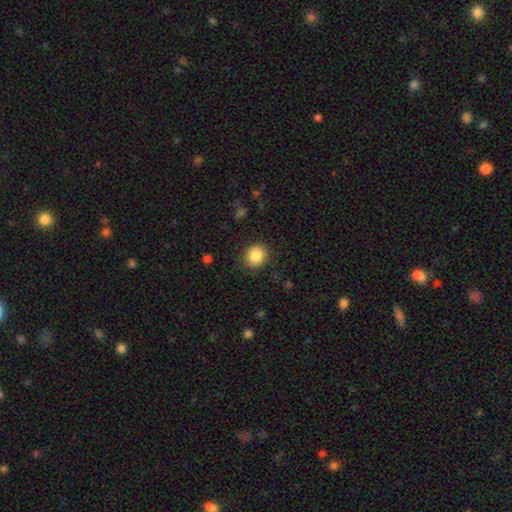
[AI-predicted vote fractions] Smooth or featured?
  - smooth: 86% *
  - star or artifact: 10%
  - featured or disk: 5%
How rounded?
  - round: 79% *
  - in between: 20%
  - cigar-shaped: 1%
Merging?
  - none: 86% *
  - minor disturbance: 10%
  - major disturbance: 3%
  - merger: 1%